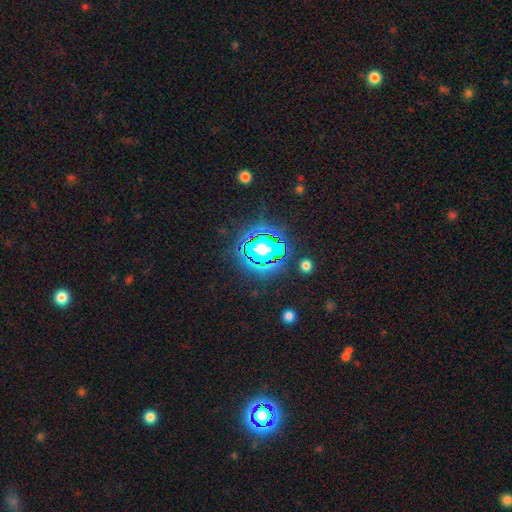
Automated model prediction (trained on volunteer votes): A star or artifact, not a galaxy (80%).

Vote fractions:
- Smooth or featured? star or artifact: 80% / smooth: 13% / featured or disk: 7%